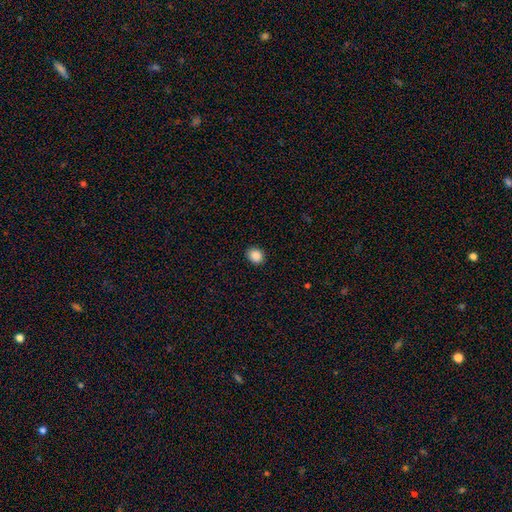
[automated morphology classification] smooth 88%, star or artifact 9%, featured or disk 3%. Down the decision tree: how rounded — round (67%); merging — none (90%).